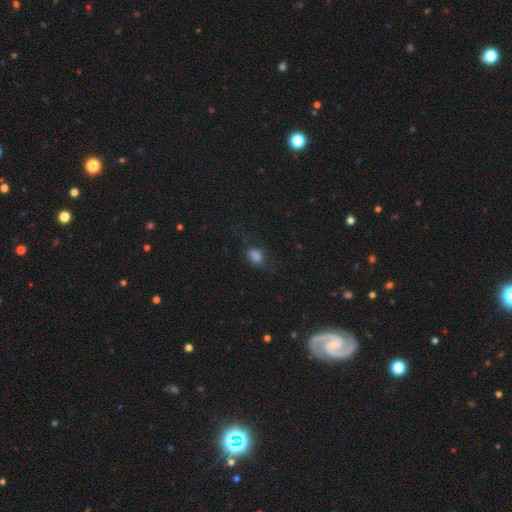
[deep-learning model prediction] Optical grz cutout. It shows a smooth galaxy with no disk features (74%) that is in between round and cigar-shaped (64%). Merging: none (54%).